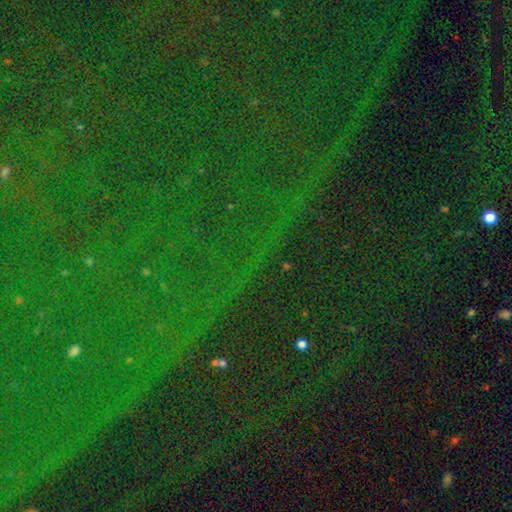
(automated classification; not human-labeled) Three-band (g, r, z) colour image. It shows a star or artifact, not a galaxy (85%).